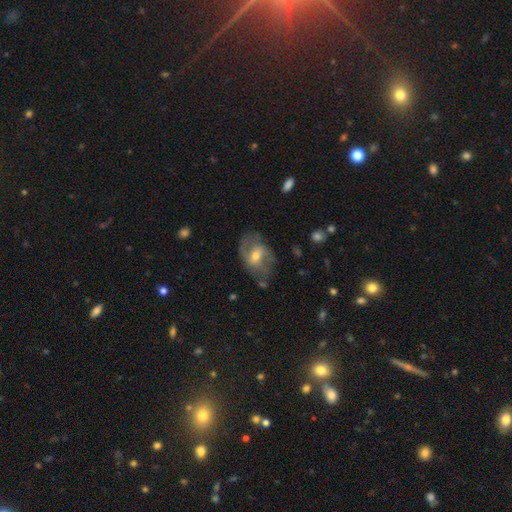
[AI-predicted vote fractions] smooth-or-featured: featured or disk: 63% | smooth: 30% | star or artifact: 7%
  disk-edge-on: no: 95% | yes: 5%
    bar: weak: 45% | no: 32% | strong: 23%
    has-spiral-arms: yes: 70% | no: 30%
    bulge-size: moderate: 53% | small: 41% | large: 3% | none: 2% | dominant: 1%
  merging: none: 60% | minor disturbance: 23% | major disturbance: 15% | merger: 3%